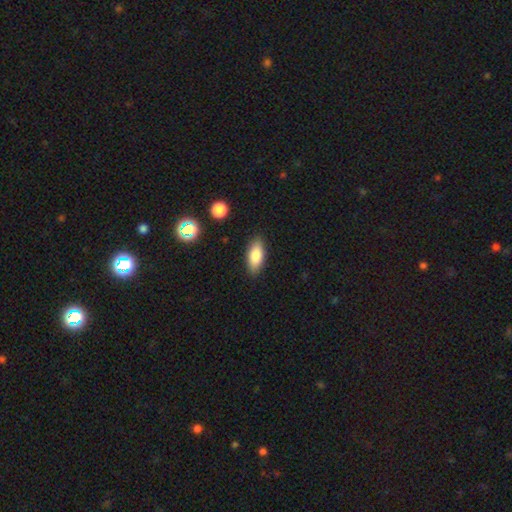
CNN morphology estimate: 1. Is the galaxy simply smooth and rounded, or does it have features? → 82% smooth, 11% featured or disk, 7% star or artifact.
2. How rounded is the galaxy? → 82% in between, 15% cigar-shaped, 3% round.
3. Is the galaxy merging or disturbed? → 87% none, 10% minor disturbance, 2% major disturbance, 1% merger.